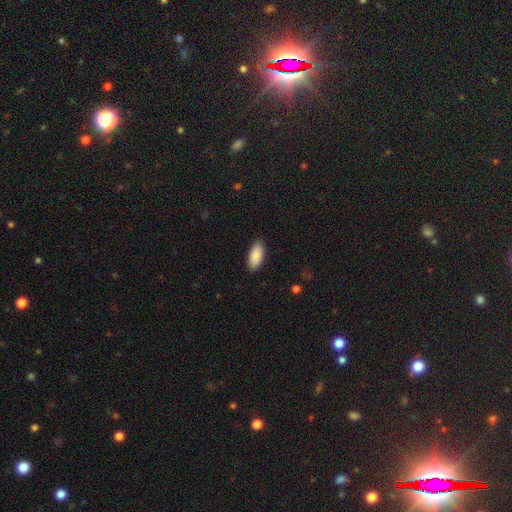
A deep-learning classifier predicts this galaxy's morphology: smooth 89%, star or artifact 6%, featured or disk 5%. Down the decision tree: how rounded — in between (90%); merging — none (88%).